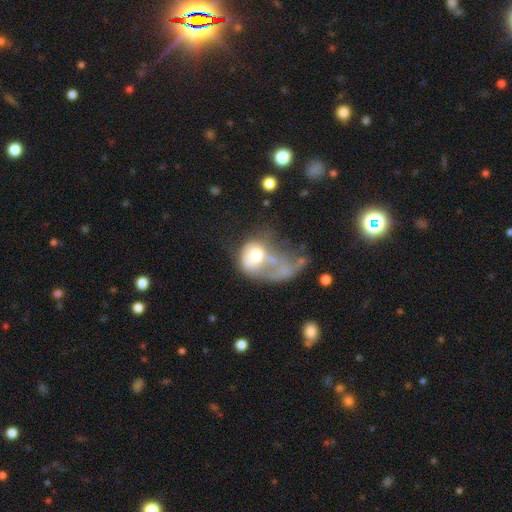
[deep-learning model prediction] smooth 51%, featured or disk 40%, star or artifact 10%. Down the decision tree: how rounded — in between (54%); merging — major disturbance (56%).